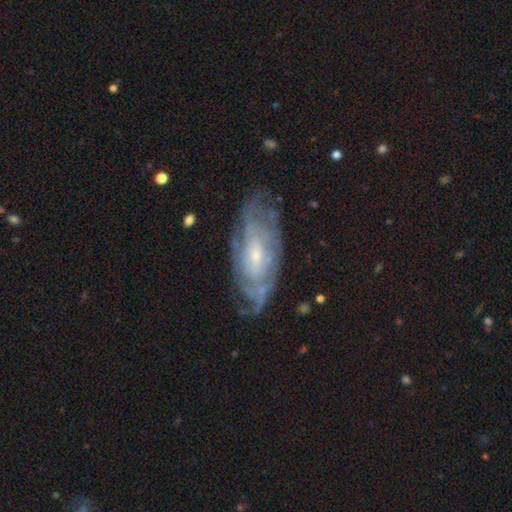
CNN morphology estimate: Smooth or featured?
  - featured or disk: 78% *
  - smooth: 15%
  - star or artifact: 7%
Edge-on disk?
  - no: 89% *
  - yes: 11%
Bar?
  - no: 58% *
  - weak: 34%
  - strong: 7%
Spiral arms?
  - yes: 89% *
  - no: 11%
Spiral winding?
  - tight: 64% *
  - medium: 28%
  - loose: 8%
Spiral arm count?
  - can't tell: 58% *
  - 2: 12%
  - 4: 10%
  - 3: 10%
  - more than 4: 6%
  - 1: 4%
Bulge size?
  - small: 63% *
  - moderate: 31%
  - none: 3%
  - large: 2%
  - dominant: 1%
Merging?
  - none: 72% *
  - minor disturbance: 20%
  - major disturbance: 7%
  - merger: 2%